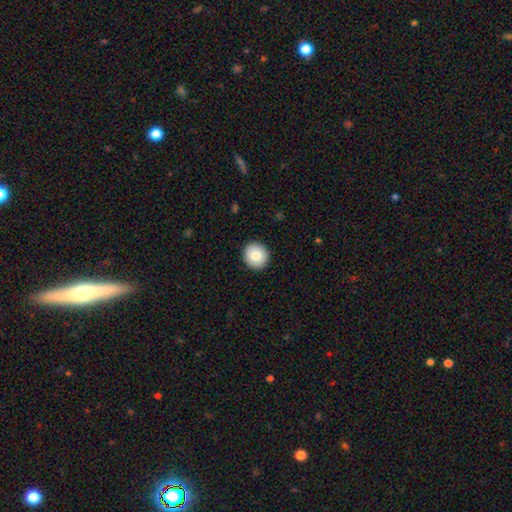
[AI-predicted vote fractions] Overall: smooth (85%). How rounded: round (90%). Merging: none (92%).